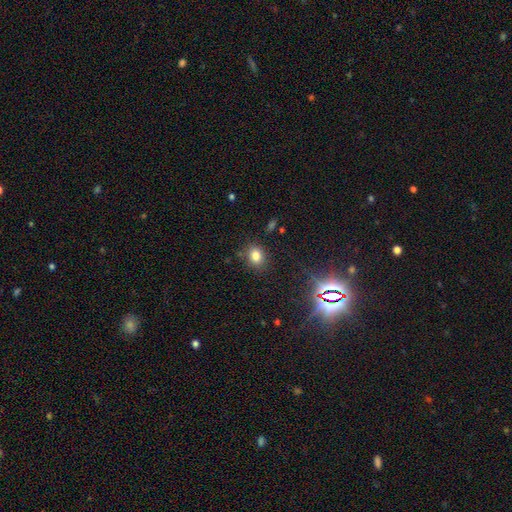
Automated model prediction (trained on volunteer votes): Morphology: type=smooth (78%); roundness=in between (50%); merging=none (82%).